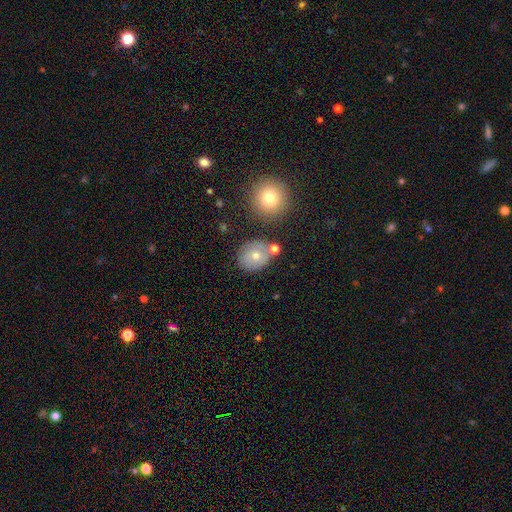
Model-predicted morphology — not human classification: type=smooth (63%); roundness=round (73%); merging=none (75%).